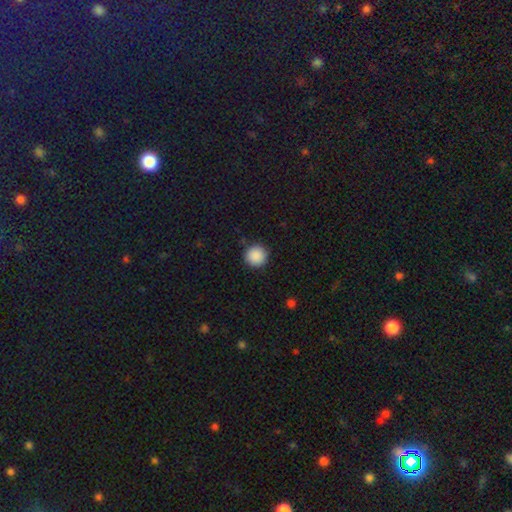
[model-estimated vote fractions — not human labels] This appears to be a smooth galaxy with no disk features (89%) that is round (95%). Merging: none (91%).